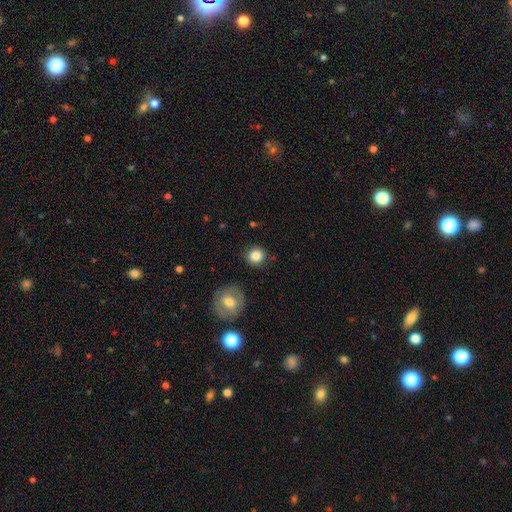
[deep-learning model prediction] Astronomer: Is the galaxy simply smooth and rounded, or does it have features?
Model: smooth — 84%.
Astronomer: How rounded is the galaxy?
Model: round — 91%.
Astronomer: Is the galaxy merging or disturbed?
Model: none — 87%.